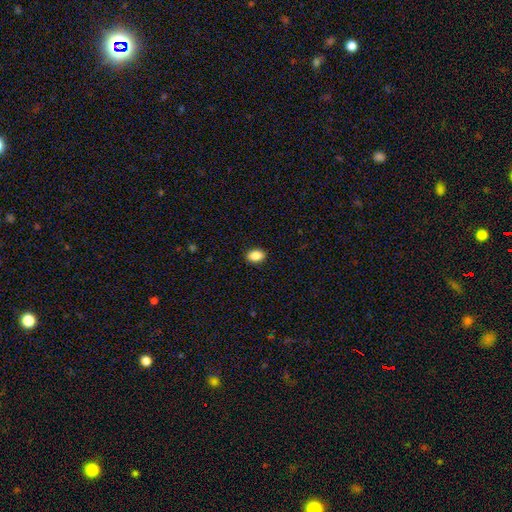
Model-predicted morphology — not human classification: This is clearly a smooth galaxy (88%). How rounded: clearly in between (84%). Merging: clearly none (90%).